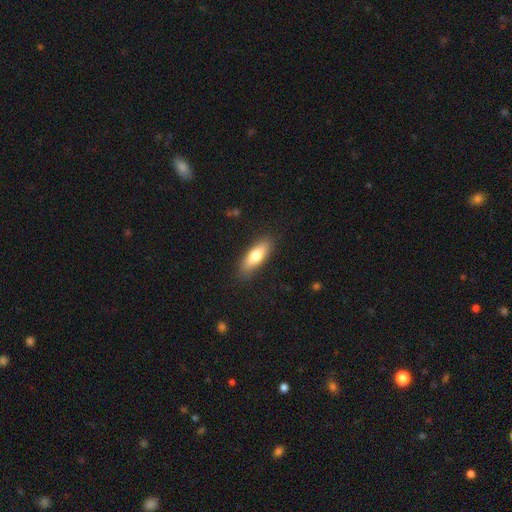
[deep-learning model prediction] A smooth galaxy with no disk features (73%) that is in between round and cigar-shaped (61%).

Vote fractions:
- Smooth or featured? smooth: 73% / featured or disk: 21% / star or artifact: 6%
- How rounded? in between: 61% / cigar-shaped: 36% / round: 3%
- Merging? none: 86% / minor disturbance: 10% / major disturbance: 2% / merger: 1%